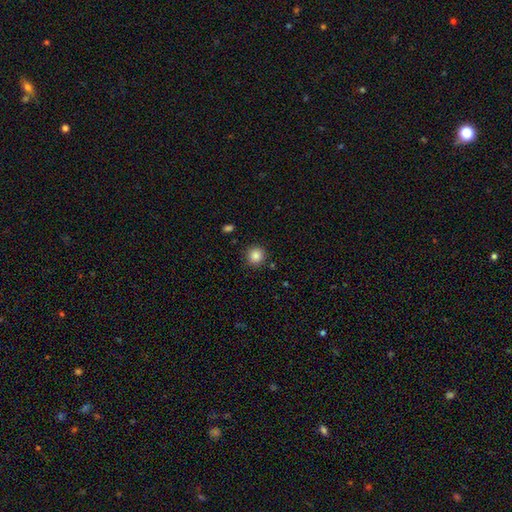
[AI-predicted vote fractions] Smooth or featured: smooth — 86% (star or artifact — 10%)
How rounded: round — 93% (in between — 6%)
Merging: none — 89% (minor disturbance — 7%)